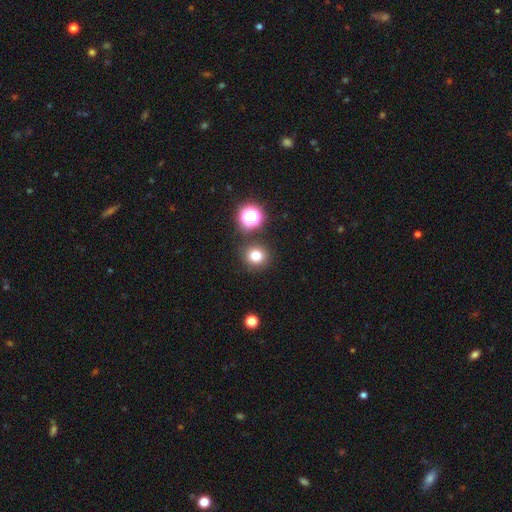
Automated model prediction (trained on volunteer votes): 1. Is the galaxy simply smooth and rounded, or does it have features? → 77% smooth, 16% star or artifact, 7% featured or disk.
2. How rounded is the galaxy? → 85% round, 14% in between, 1% cigar-shaped.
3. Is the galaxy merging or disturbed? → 85% none, 8% minor disturbance, 5% merger, 3% major disturbance.